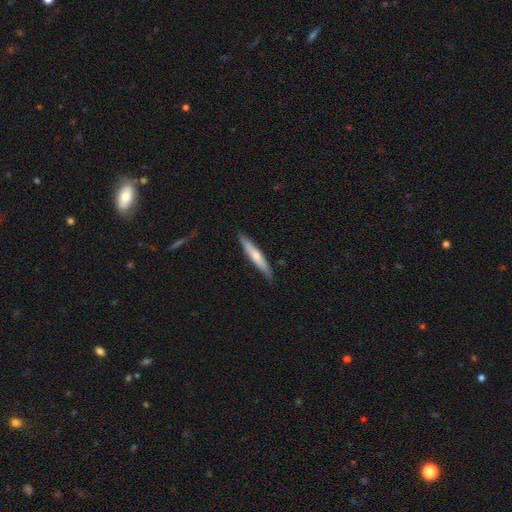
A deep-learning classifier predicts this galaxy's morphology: A smooth galaxy with no disk features (59%) that is cigar-shaped (93%). Merging: none (87%).